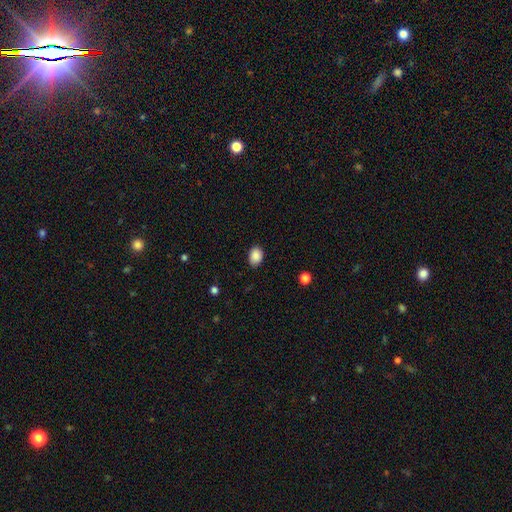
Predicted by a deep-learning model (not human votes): This appears to be a smooth galaxy with no disk features (88%) that is in between round and cigar-shaped (75%). Merging: none (84%).